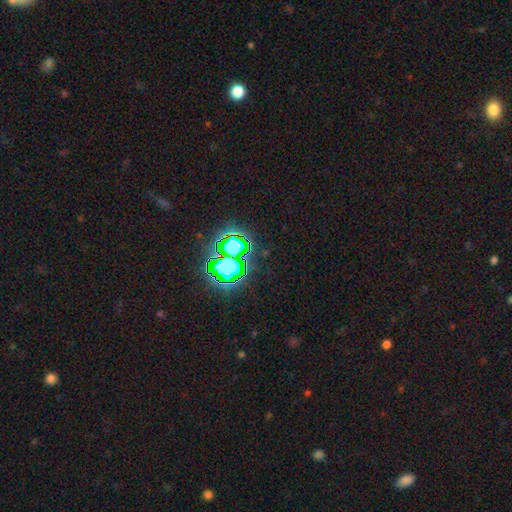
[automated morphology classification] Smooth or featured? Predicted: star or artifact (p=0.80).